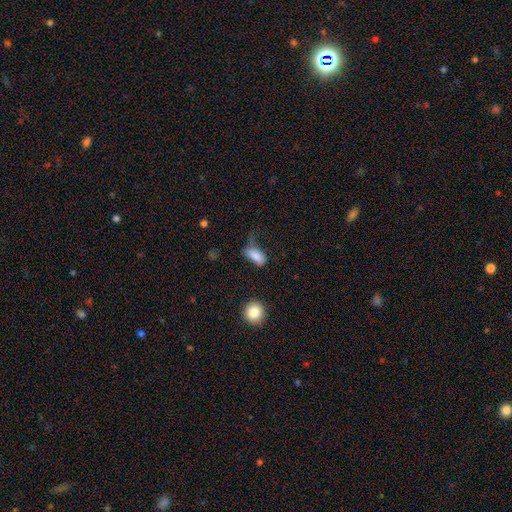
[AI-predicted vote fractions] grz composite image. It shows a smooth galaxy with no disk features (81%) that is in between round and cigar-shaped (83%). Merging: none (34%).